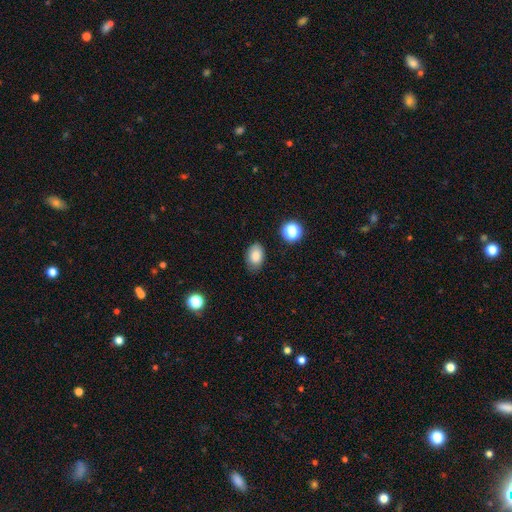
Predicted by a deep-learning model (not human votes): smooth_or_featured: smooth (p=0.82) [alt: star or artifact p=0.09]
how_rounded: in between (p=0.83) [alt: round p=0.15]
merging: none (p=0.78) [alt: minor disturbance p=0.17]